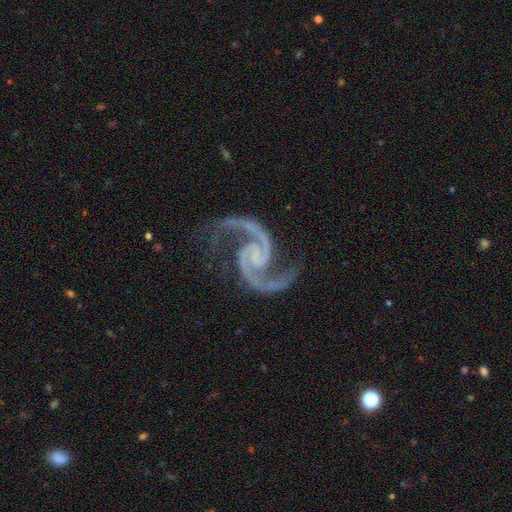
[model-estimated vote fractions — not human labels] Smooth or featured?
  - featured or disk: 95% *
  - star or artifact: 3%
  - smooth: 2%
Edge-on disk?
  - no: 98% *
  - yes: 2%
Bar?
  - no: 51% *
  - weak: 34%
  - strong: 15%
Spiral arms?
  - yes: 99% *
  - no: 1%
Spiral winding?
  - medium: 64% *
  - loose: 20%
  - tight: 16%
Spiral arm count?
  - 2: 95% *
  - 3: 1%
  - can't tell: 1%
  - 1: 1%
  - 4: 1%
  - more than 4: 1%
Bulge size?
  - none: 49% *
  - small: 40%
  - moderate: 8%
  - large: 2%
  - dominant: 1%
Merging?
  - none: 75% *
  - minor disturbance: 15%
  - major disturbance: 8%
  - merger: 2%